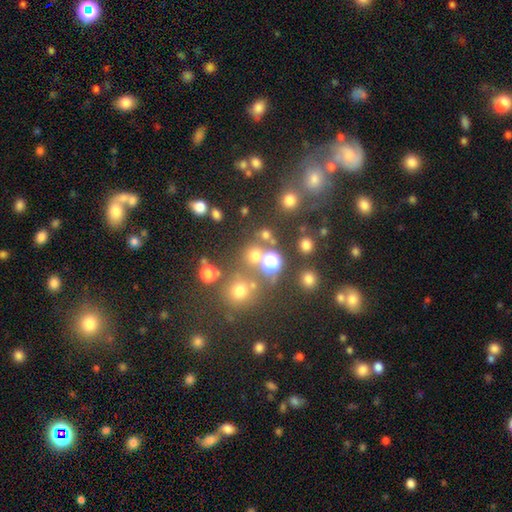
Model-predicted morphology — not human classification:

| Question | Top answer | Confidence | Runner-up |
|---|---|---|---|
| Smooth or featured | smooth | 63% | star or artifact (28%) |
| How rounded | round | 87% | in between (12%) |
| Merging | none | 70% | merger (16%) |